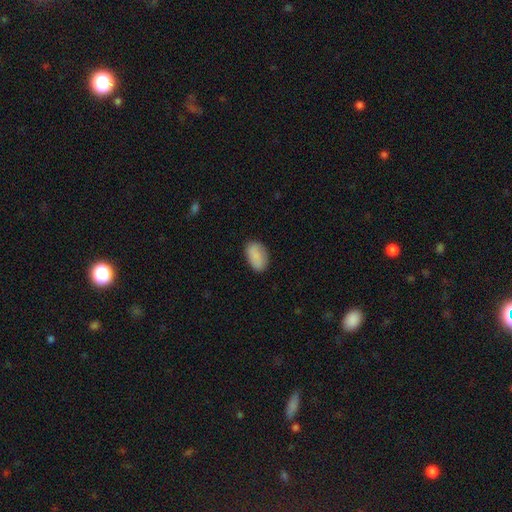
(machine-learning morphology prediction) The model was most divided on "merging": none: 81%, minor disturbance: 15%, major disturbance: 3%, merger: 1%. More confident: how rounded — in between (92%); smooth or featured — smooth (88%).